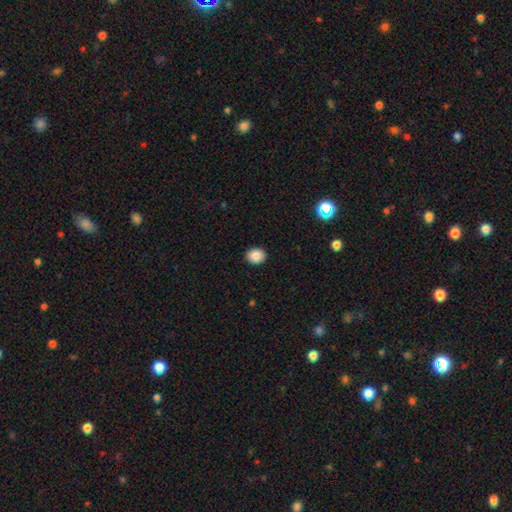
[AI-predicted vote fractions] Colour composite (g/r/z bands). It shows a smooth galaxy with no disk features (86%) that is round (70%). Merging: none (92%).